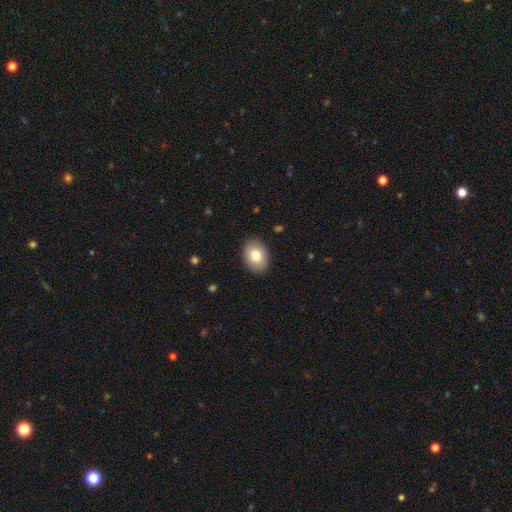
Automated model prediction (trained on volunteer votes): Smooth or featured: smooth — 79% (featured or disk — 13%)
How rounded: in between — 76% (round — 23%)
Merging: none — 89% (minor disturbance — 8%)